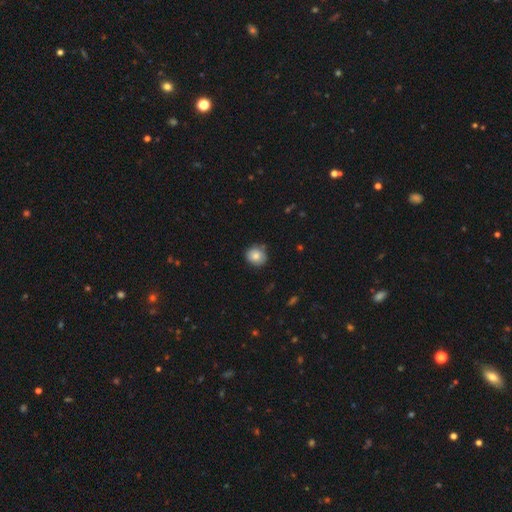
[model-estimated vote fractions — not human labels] Morphology: type=smooth (80%); roundness=round (86%); merging=none (78%).